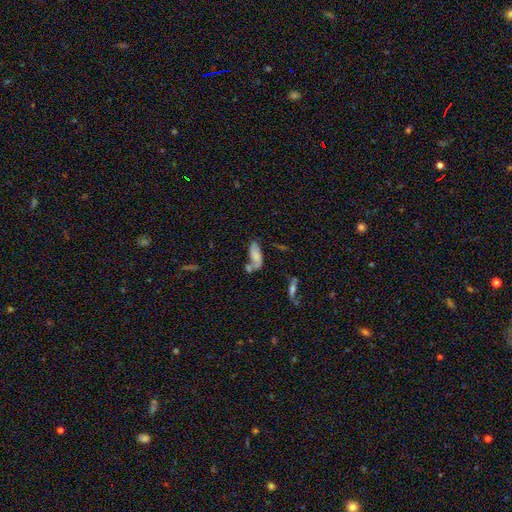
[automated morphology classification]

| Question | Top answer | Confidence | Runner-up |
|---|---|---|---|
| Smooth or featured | smooth | 64% | featured or disk (26%) |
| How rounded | in between | 80% | cigar-shaped (17%) |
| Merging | none | 34% | tied: merger (34%) |